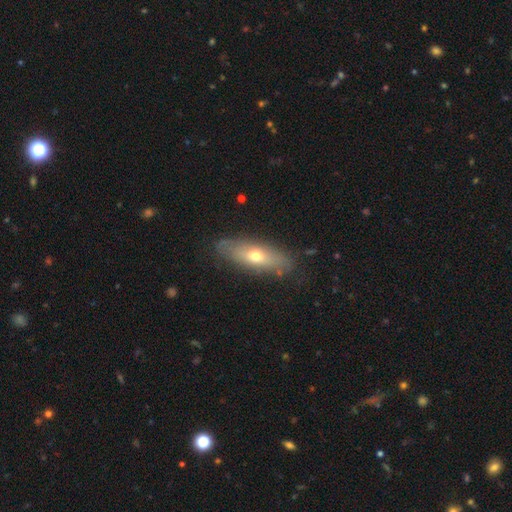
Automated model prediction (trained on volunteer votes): Q: Smooth or featured?
A: smooth (54%); runner-up: featured or disk (39%)
Q: How rounded?
A: in between (58%); runner-up: cigar-shaped (38%)
Q: Merging?
A: none (81%); runner-up: minor disturbance (14%)